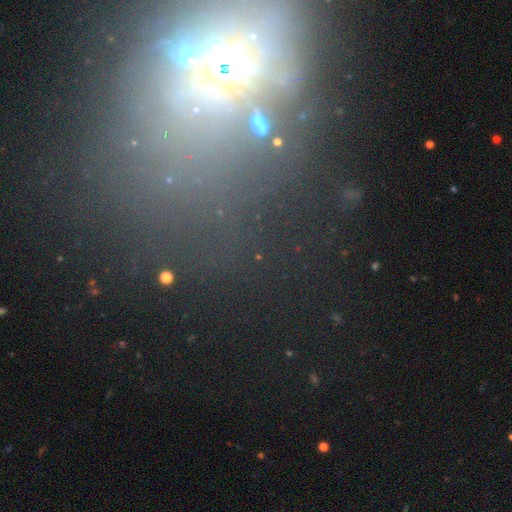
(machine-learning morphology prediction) Q: Smooth or featured?
A: star or artifact (54%); runner-up: featured or disk (24%)